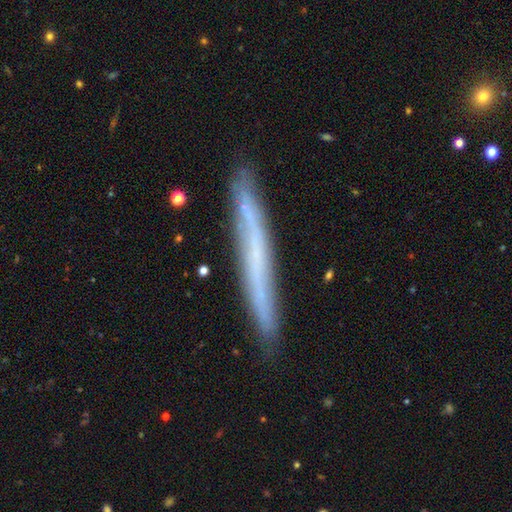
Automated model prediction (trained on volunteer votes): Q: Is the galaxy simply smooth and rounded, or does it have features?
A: featured or disk — 57%.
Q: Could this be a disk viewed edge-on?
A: yes — 88%.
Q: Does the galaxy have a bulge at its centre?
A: none — 88%.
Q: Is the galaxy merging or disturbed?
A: none — 85%.